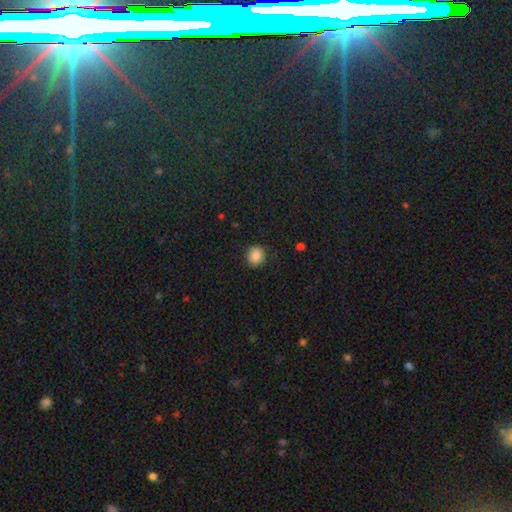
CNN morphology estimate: Smooth or featured?
  - smooth: 85% *
  - star or artifact: 10%
  - featured or disk: 6%
How rounded?
  - round: 85% *
  - in between: 14%
  - cigar-shaped: 1%
Merging?
  - none: 89% *
  - minor disturbance: 8%
  - major disturbance: 2%
  - merger: 1%